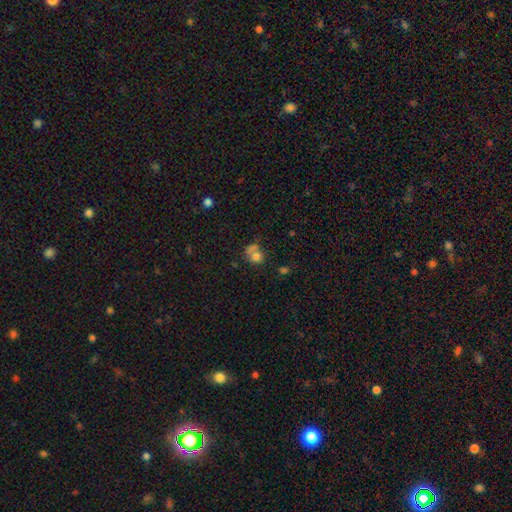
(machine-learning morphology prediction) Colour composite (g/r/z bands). It shows a smooth galaxy with no disk features (73%) that is round (71%). Merging: merger (41%).